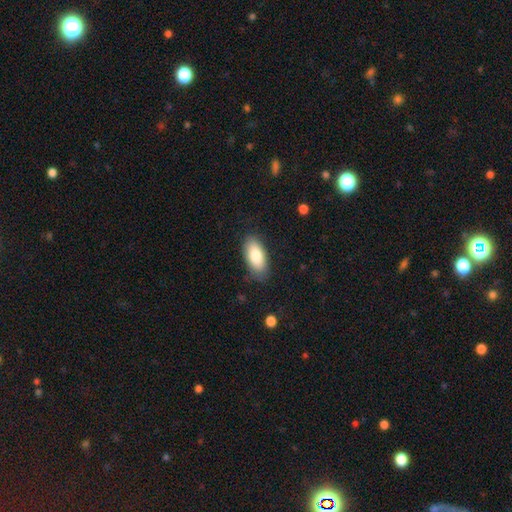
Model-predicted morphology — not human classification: A smooth galaxy with no disk features (82%) that is in between round and cigar-shaped (91%). Merging: none (83%).